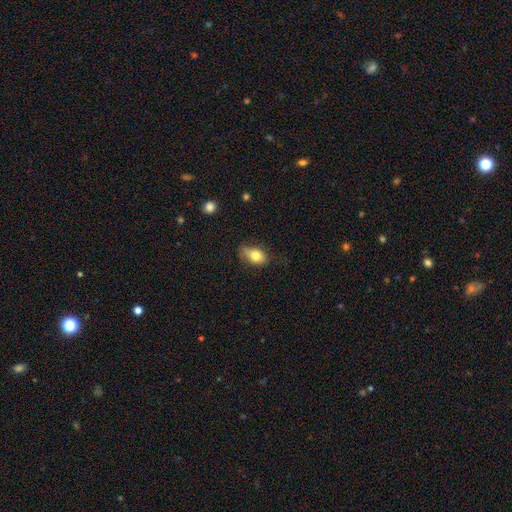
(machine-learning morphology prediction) Smooth or featured? Predicted: smooth (p=0.76). How rounded? Predicted: in between (p=0.82). Merging? Predicted: none (p=0.51).